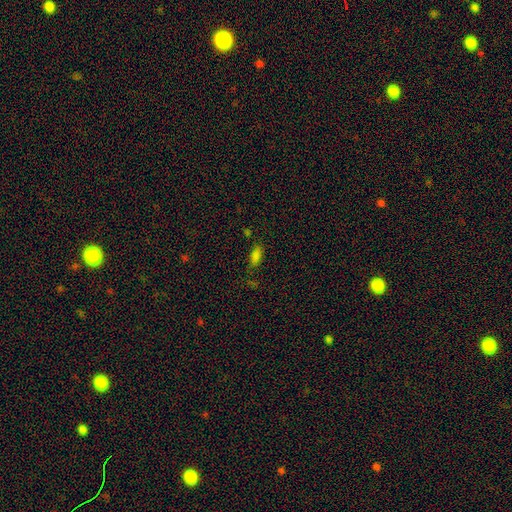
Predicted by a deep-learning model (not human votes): Smooth or featured: smooth — 79% (star or artifact — 15%)
How rounded: in between — 83% (cigar-shaped — 14%)
Merging: none — 73% (minor disturbance — 18%)